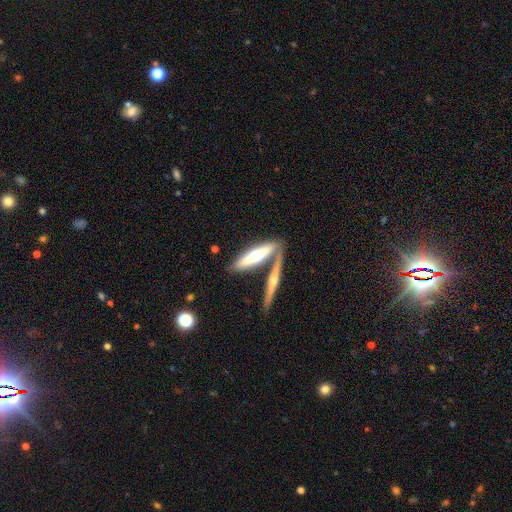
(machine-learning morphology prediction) A featured or disk galaxy (51%) viewed edge-on (89%).

Vote fractions:
- Smooth or featured? featured or disk: 51% / smooth: 44% / star or artifact: 5%
- Edge-on disk? yes: 89% / no: 11%
- Merging? none: 52% / merger: 34% / minor disturbance: 11% / major disturbance: 4%